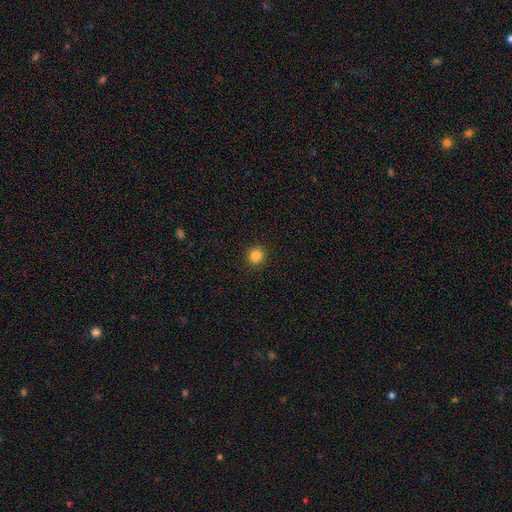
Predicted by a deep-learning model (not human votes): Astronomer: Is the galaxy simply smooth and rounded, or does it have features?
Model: smooth — 85%.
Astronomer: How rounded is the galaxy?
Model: round — 92%.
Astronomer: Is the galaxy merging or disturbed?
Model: none — 92%.